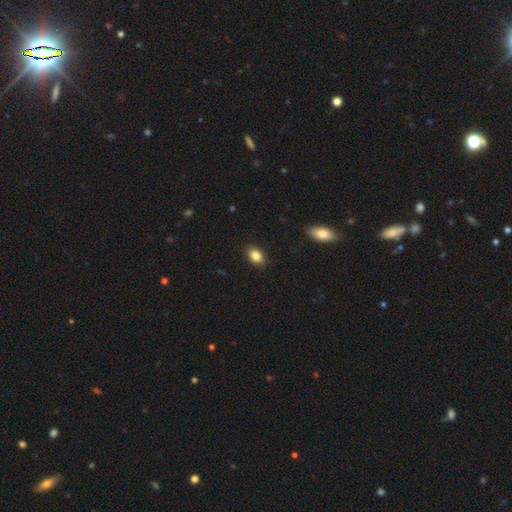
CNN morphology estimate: A smooth galaxy with no disk features (84%) that is in between round and cigar-shaped (76%).

Vote fractions:
- Smooth or featured? smooth: 84% / star or artifact: 9% / featured or disk: 7%
- How rounded? in between: 76% / round: 22% / cigar-shaped: 1%
- Merging? none: 89% / minor disturbance: 8% / major disturbance: 2% / merger: 1%